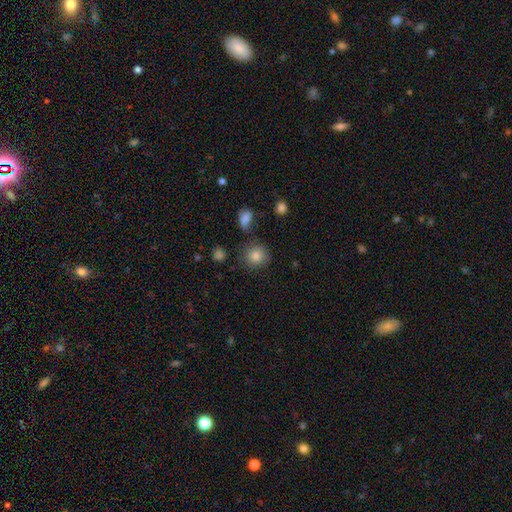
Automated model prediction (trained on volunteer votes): Smooth or featured?
  - smooth: 83% *
  - star or artifact: 11%
  - featured or disk: 7%
How rounded?
  - round: 86% *
  - in between: 12%
  - cigar-shaped: 1%
Merging?
  - none: 78% *
  - minor disturbance: 13%
  - merger: 5%
  - major disturbance: 4%